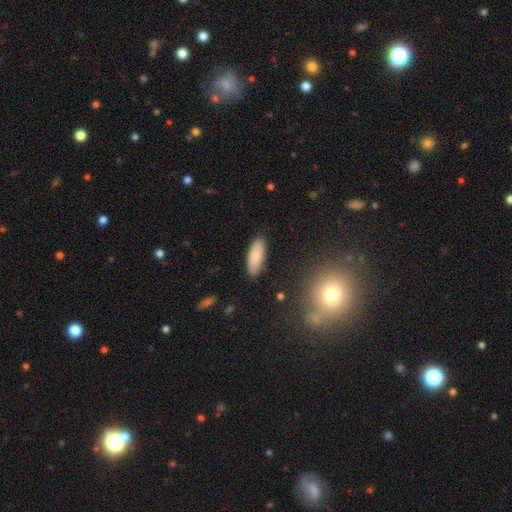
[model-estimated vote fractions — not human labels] Q: Smooth or featured?
A: smooth (83%); runner-up: featured or disk (10%)
Q: How rounded?
A: in between (74%); runner-up: cigar-shaped (24%)
Q: Merging?
A: none (85%); runner-up: minor disturbance (11%)